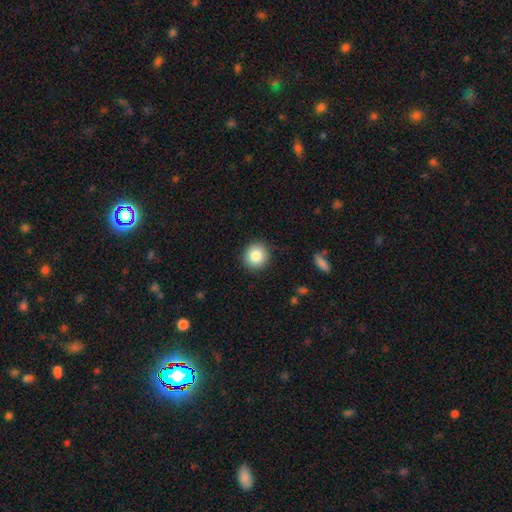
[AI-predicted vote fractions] Smooth or featured?
  - smooth: 84% *
  - star or artifact: 9%
  - featured or disk: 7%
How rounded?
  - round: 91% *
  - in between: 8%
  - cigar-shaped: 1%
Merging?
  - none: 90% *
  - minor disturbance: 7%
  - major disturbance: 2%
  - merger: 1%